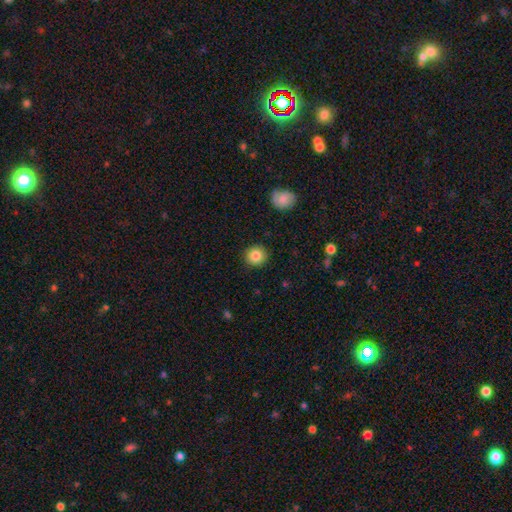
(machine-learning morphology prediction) This is clearly a smooth galaxy (85%). How rounded: clearly round (92%). Merging: clearly none (91%).